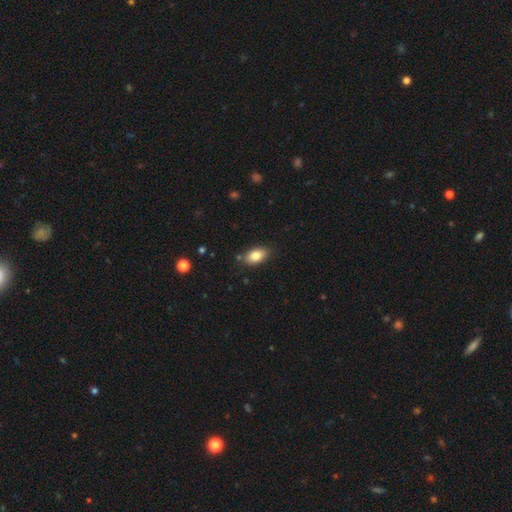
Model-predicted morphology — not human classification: Smooth or featured? Predicted: smooth (p=0.83). How rounded? Predicted: in between (p=0.90). Merging? Predicted: none (p=0.84).